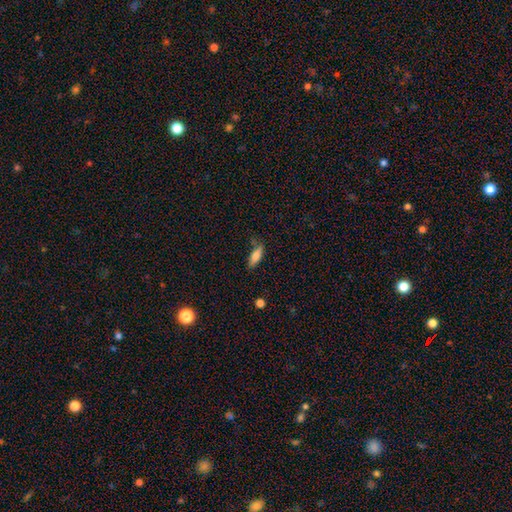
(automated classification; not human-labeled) This appears to be a smooth galaxy with no disk features (75%) that is in between round and cigar-shaped (56%). Merging: none (66%).